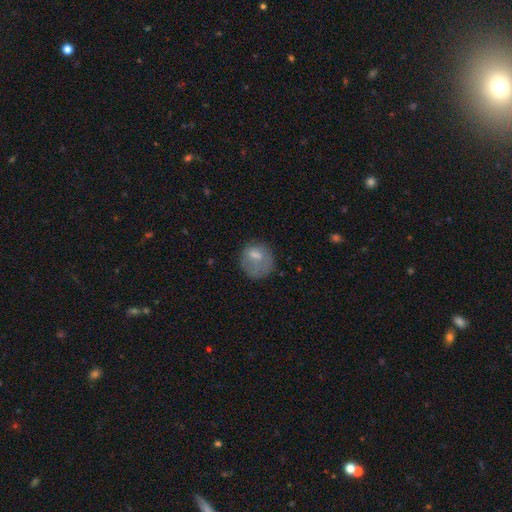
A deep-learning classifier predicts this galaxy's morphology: smooth 67%, featured or disk 24%, star or artifact 9%. Down the decision tree: how rounded — round (74%); merging — none (47%).